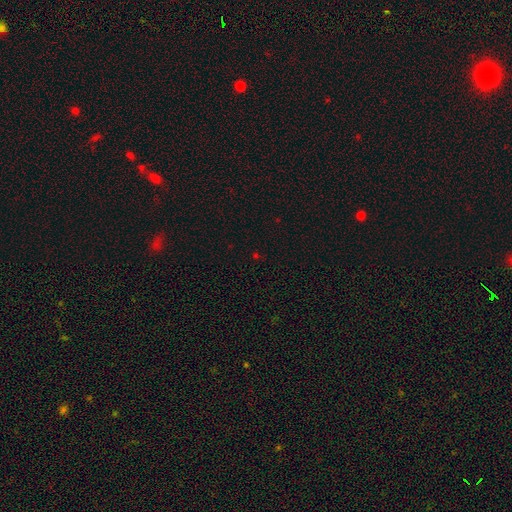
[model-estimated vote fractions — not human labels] Q: Smooth or featured?
A: star or artifact (64%); runner-up: smooth (29%)